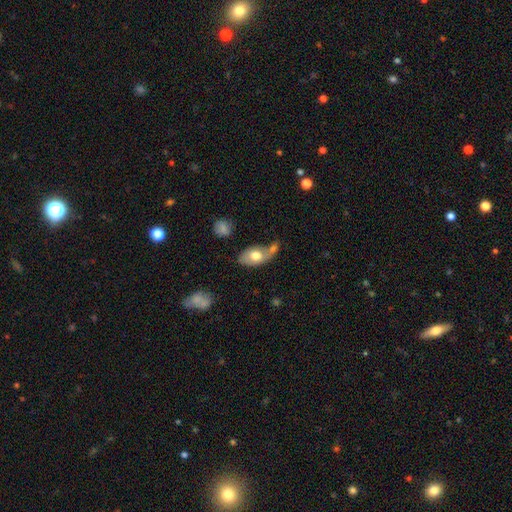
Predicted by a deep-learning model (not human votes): A smooth galaxy with no disk features (67%) that is in between round and cigar-shaped (88%).

Vote fractions:
- Smooth or featured? smooth: 67% / featured or disk: 26% / star or artifact: 7%
- How rounded? in between: 88% / round: 9% / cigar-shaped: 3%
- Merging? none: 39% / merger: 27% / minor disturbance: 23% / major disturbance: 11%